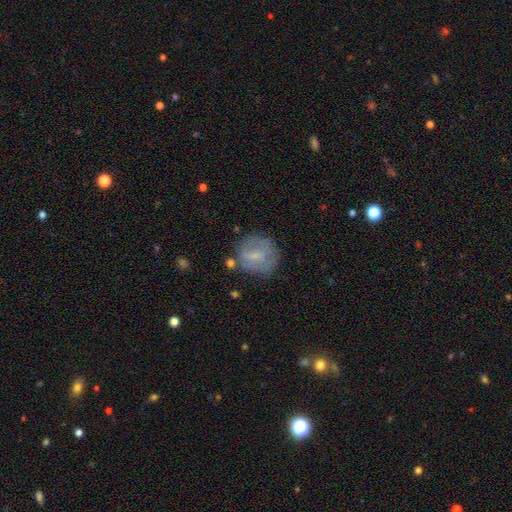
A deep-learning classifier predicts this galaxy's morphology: Smooth or featured? smooth (54%)
How rounded? round (78%)
Merging? none (67%)